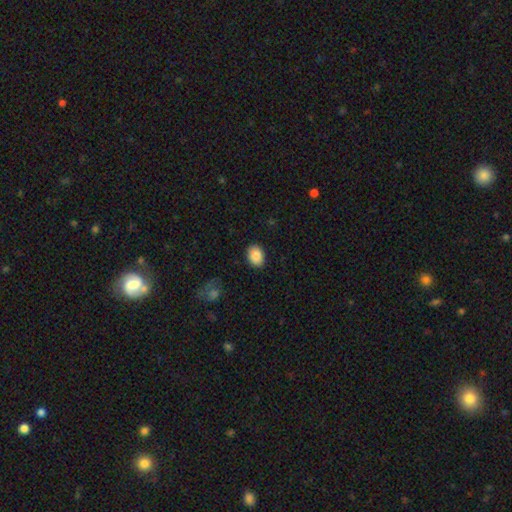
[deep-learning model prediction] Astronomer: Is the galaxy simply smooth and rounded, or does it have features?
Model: smooth — 89%.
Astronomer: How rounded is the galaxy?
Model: in between — 77%.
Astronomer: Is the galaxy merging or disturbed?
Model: none — 87%.